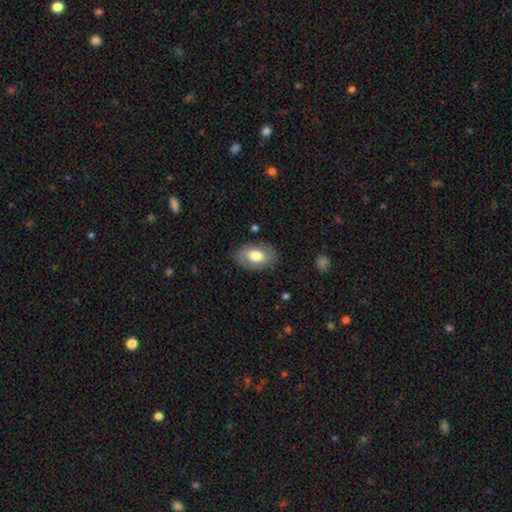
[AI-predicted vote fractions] Overall: smooth (66%; featured or disk 28%). How rounded: in between (88%). Merging: none (81%).